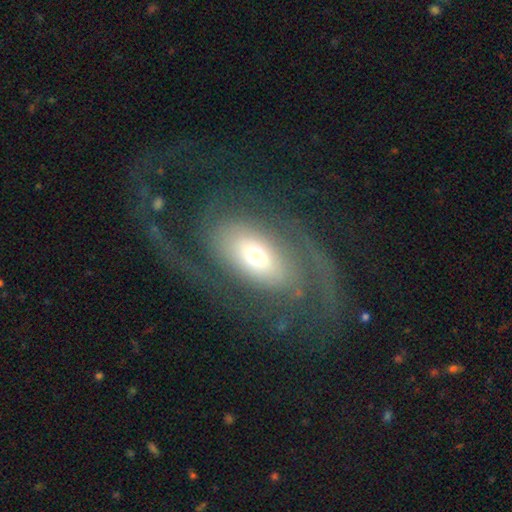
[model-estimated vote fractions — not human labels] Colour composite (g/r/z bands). It shows a featured or disk galaxy (61%) with no bar (73%), spiral arms (63%) and a moderate central bulge (60%). Merging: none (54%).